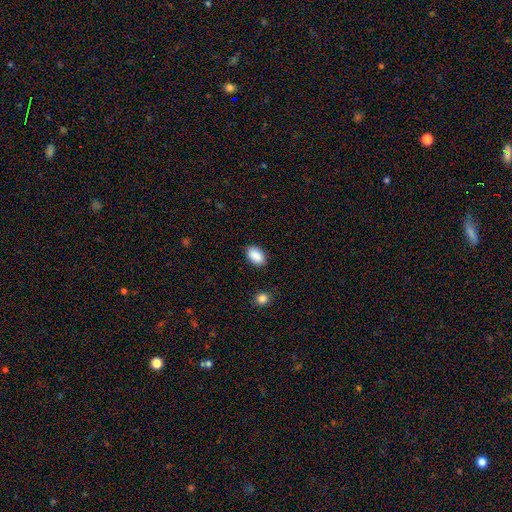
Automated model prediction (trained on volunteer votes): Smooth or featured: smooth — 90% (star or artifact — 7%)
How rounded: in between — 90% (round — 9%)
Merging: none — 86% (minor disturbance — 10%)